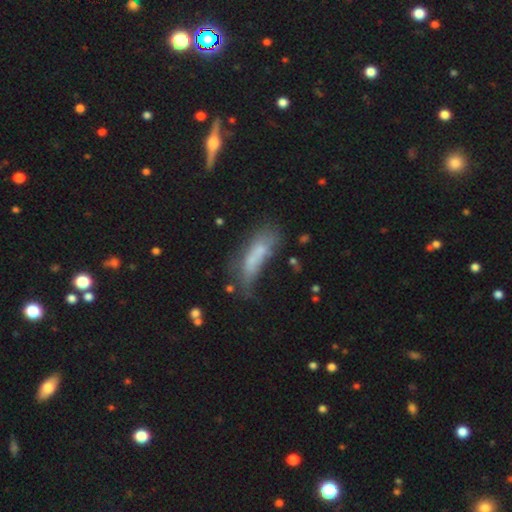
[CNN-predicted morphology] Smooth or featured: smooth — 58% (featured or disk — 30%)
How rounded: in between — 49% (cigar-shaped — 48%)
Merging: major disturbance — 31% (none — 29%)